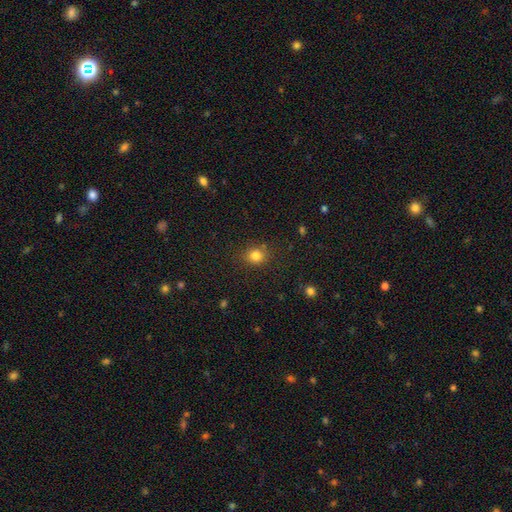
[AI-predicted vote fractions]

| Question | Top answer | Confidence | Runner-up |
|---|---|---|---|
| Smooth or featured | smooth | 82% | star or artifact (13%) |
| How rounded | round | 80% | in between (19%) |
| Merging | none | 83% | minor disturbance (11%) |